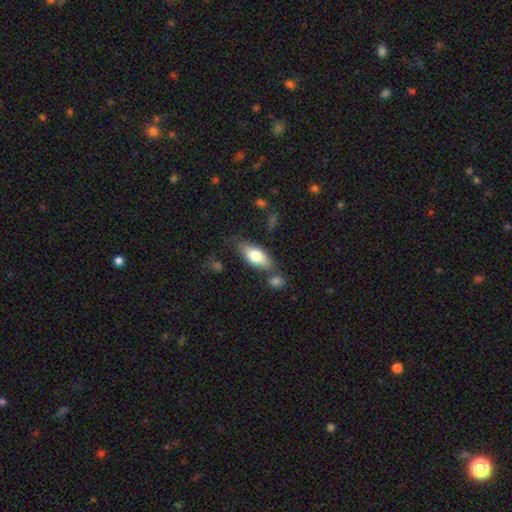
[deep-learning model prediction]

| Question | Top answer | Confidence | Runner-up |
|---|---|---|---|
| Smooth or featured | smooth | 72% | featured or disk (22%) |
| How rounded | in between | 83% | cigar-shaped (13%) |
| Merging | none | 66% | minor disturbance (16%) |